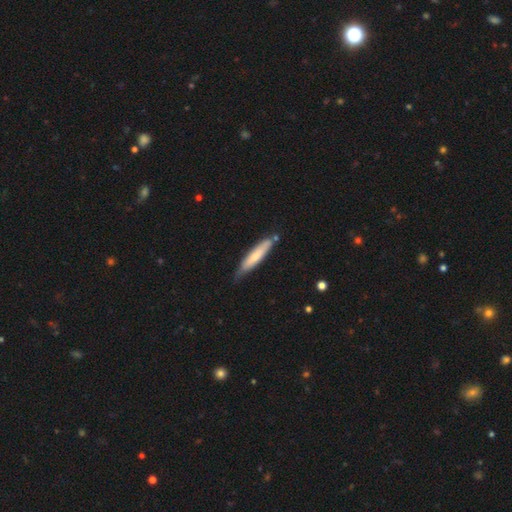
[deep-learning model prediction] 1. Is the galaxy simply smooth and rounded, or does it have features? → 64% smooth, 31% featured or disk, 5% star or artifact.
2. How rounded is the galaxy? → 85% cigar-shaped, 14% in between, 1% round.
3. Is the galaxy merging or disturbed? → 69% none, 22% minor disturbance, 5% merger, 3% major disturbance.